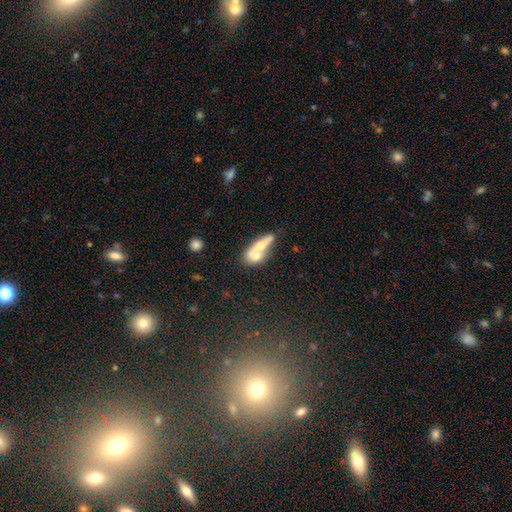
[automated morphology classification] This is possibly a smooth galaxy (51%). How rounded: possibly in between (54%). Merging: likely merger (61%).